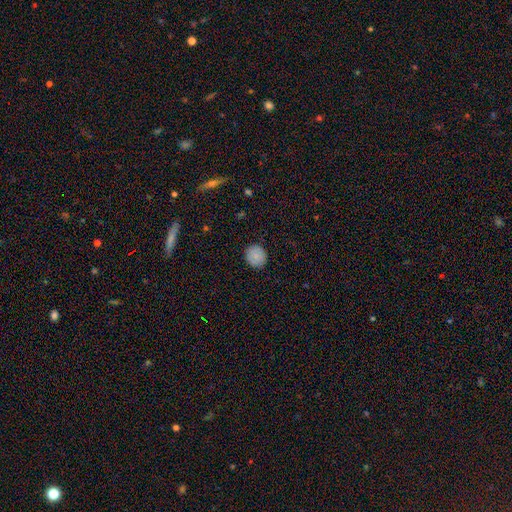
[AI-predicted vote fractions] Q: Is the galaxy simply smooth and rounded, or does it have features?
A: smooth — 86%.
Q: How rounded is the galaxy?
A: round — 84%.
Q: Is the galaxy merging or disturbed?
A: none — 90%.